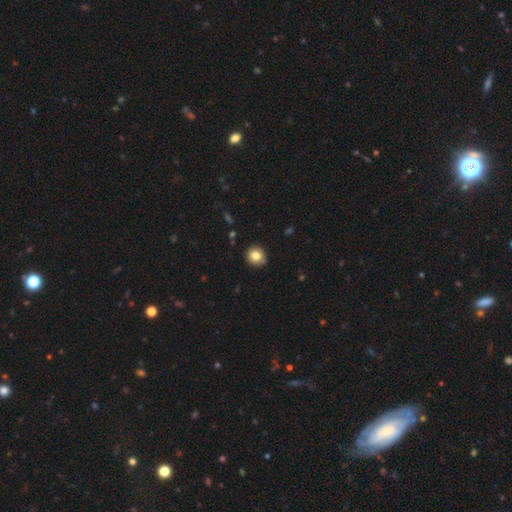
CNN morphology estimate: Smooth or featured? smooth (82%)
How rounded? round (91%)
Merging? none (87%)